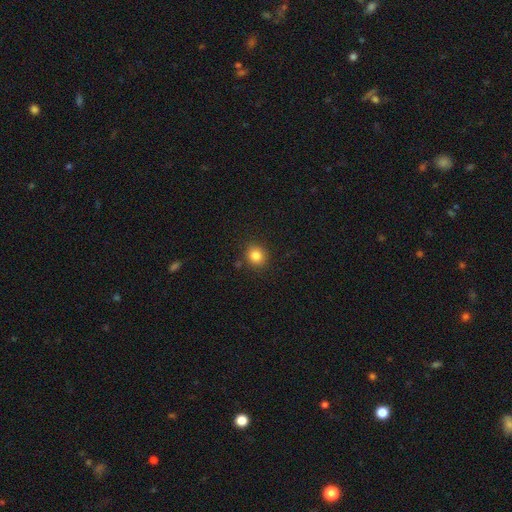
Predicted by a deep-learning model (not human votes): The model was most divided on "how rounded": round: 81%, in between: 18%, cigar-shaped: 1%. More confident: merging — none (86%); smooth or featured — smooth (84%).